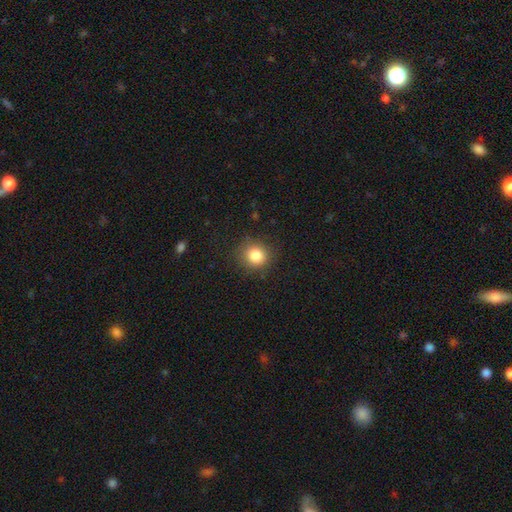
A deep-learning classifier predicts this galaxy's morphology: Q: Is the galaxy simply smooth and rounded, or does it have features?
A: smooth — 84%.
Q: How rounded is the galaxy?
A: round — 86%.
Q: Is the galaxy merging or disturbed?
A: none — 87%.